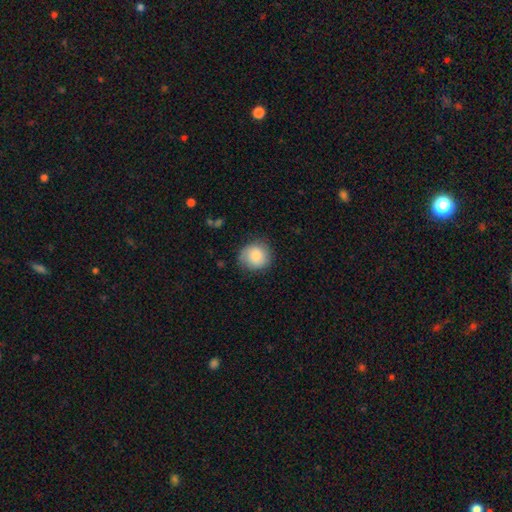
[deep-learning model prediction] Q: Smooth or featured?
A: smooth (83%); runner-up: featured or disk (10%)
Q: How rounded?
A: round (86%); runner-up: in between (13%)
Q: Merging?
A: none (79%); runner-up: minor disturbance (16%)